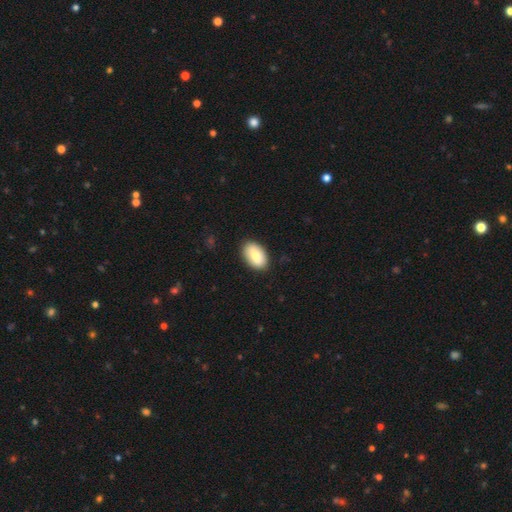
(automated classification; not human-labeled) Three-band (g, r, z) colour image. It shows a smooth galaxy with no disk features (79%) that is in between round and cigar-shaped (93%). Merging: none (87%).